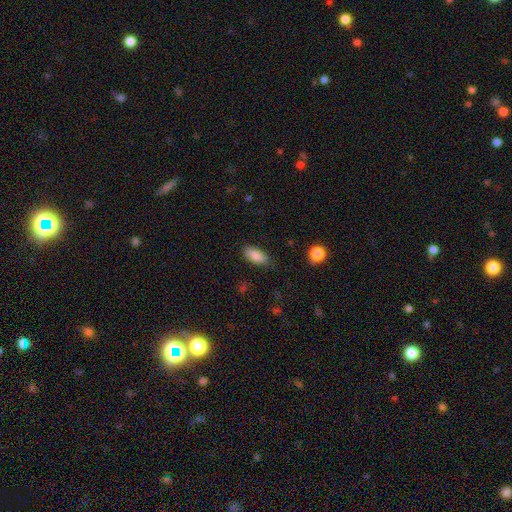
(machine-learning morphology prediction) smooth 85%, star or artifact 8%, featured or disk 7%. Down the decision tree: how rounded — in between (90%); merging — none (79%).